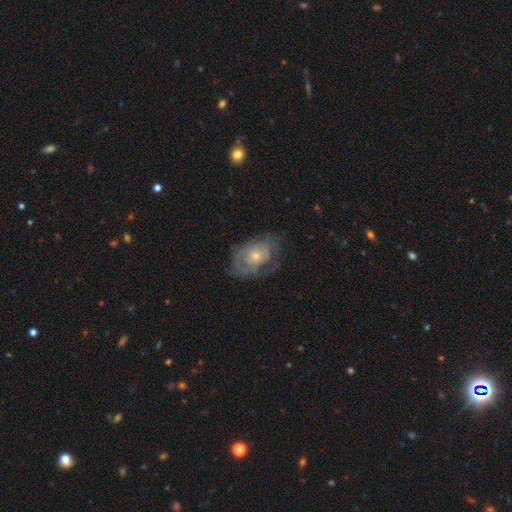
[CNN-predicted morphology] smooth-or-featured: featured or disk: 67% | smooth: 25% | star or artifact: 8%
  disk-edge-on: no: 95% | yes: 5%
    bar: no: 84% | weak: 14% | strong: 2%
    has-spiral-arms: yes: 67% | no: 33%
    bulge-size: small: 48% | moderate: 46% | large: 3% | none: 2% | dominant: 1%
  merging: none: 63% | minor disturbance: 23% | major disturbance: 13% | merger: 1%